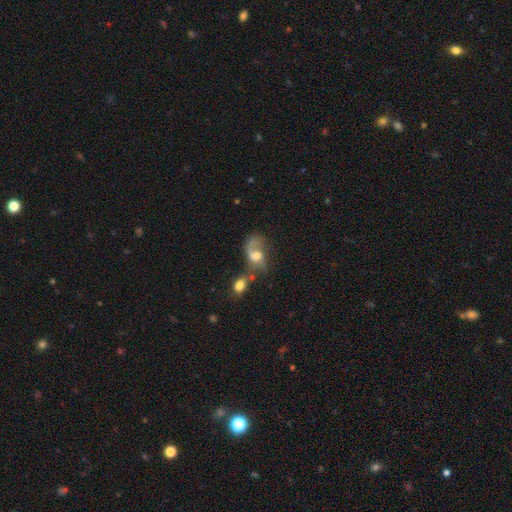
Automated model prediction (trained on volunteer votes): This appears to be a featured or disk galaxy (60%) with no bar (63%), spiral arms (83%) and a moderate central bulge (56%). Merging: merger (34%).